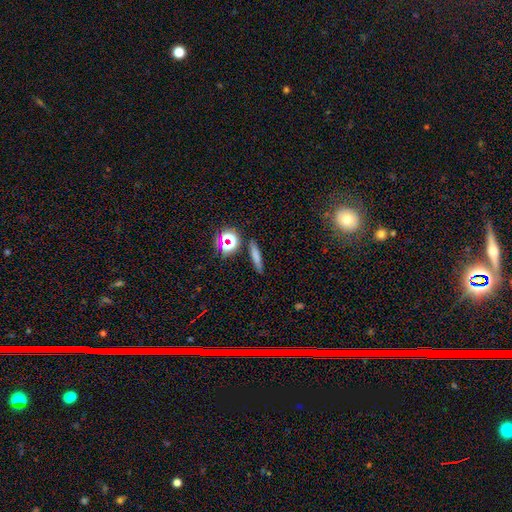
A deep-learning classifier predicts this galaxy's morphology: Smooth or featured? Predicted: smooth (p=0.69). How rounded? Predicted: cigar-shaped (p=0.82). Merging? Predicted: none (p=0.86).